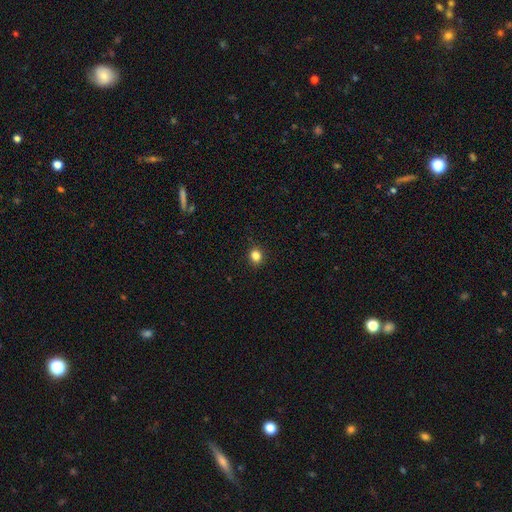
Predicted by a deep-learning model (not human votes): Morphology: type=smooth (84%); roundness=round (75%); merging=none (90%).